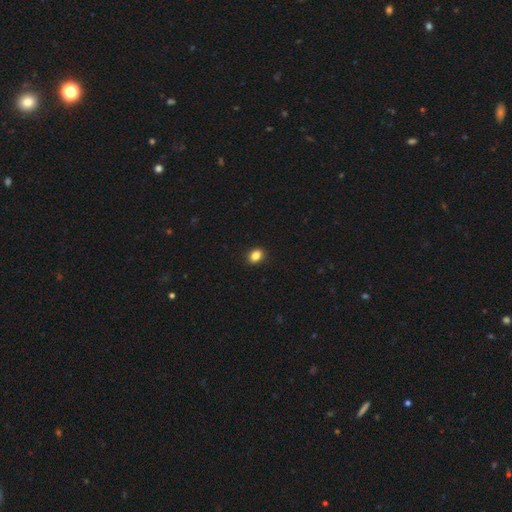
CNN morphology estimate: The model was most divided on "how rounded": in between: 62%, round: 37%, cigar-shaped: 1%. More confident: merging — none (91%); smooth or featured — smooth (86%).